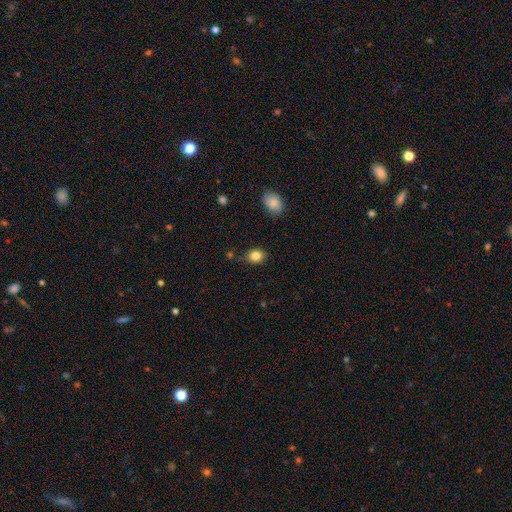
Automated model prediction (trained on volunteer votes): The model was most divided on "how rounded": in between: 57%, round: 42%, cigar-shaped: 1%. More confident: smooth or featured — smooth (84%); merging — none (82%).